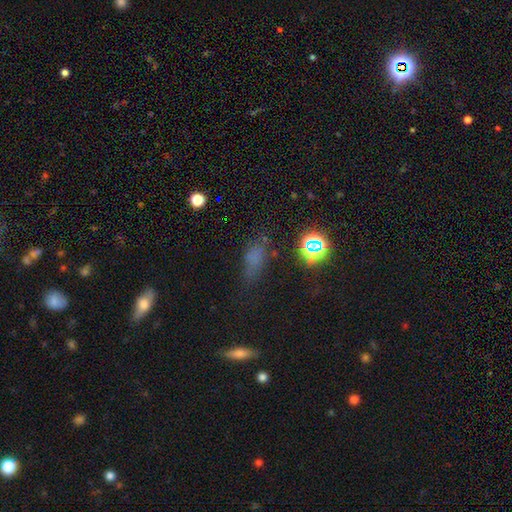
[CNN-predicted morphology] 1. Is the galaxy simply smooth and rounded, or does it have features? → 56% smooth, 30% star or artifact, 14% featured or disk.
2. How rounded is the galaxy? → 66% in between, 21% cigar-shaped, 13% round.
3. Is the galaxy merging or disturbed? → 59% none, 24% minor disturbance, 13% major disturbance, 4% merger.